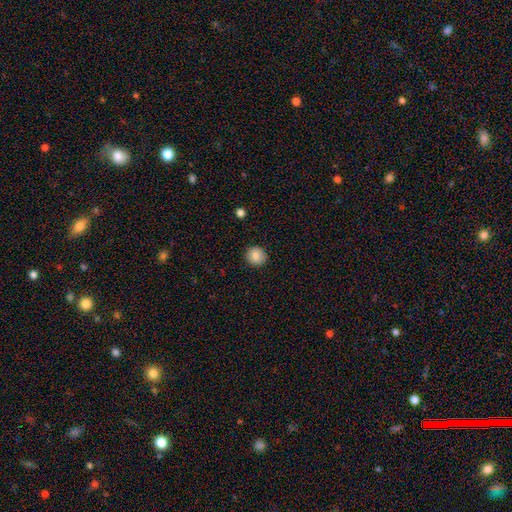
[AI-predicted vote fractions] The model was most divided on "smooth or featured": smooth: 86%, star or artifact: 8%, featured or disk: 6%. More confident: how rounded — round (91%); merging — none (91%).